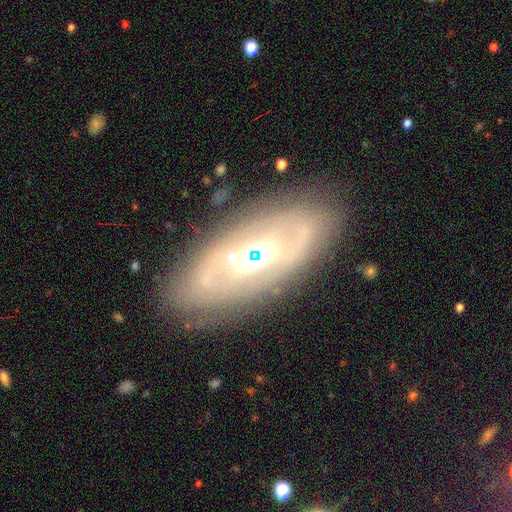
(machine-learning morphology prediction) The model was most divided on "spiral arms": no: 56%, yes: 44%. More confident: edge-on disk — no (84%); merging — none (78%); smooth or featured — featured or disk (70%); bar — no (62%); bulge size — moderate (56%).